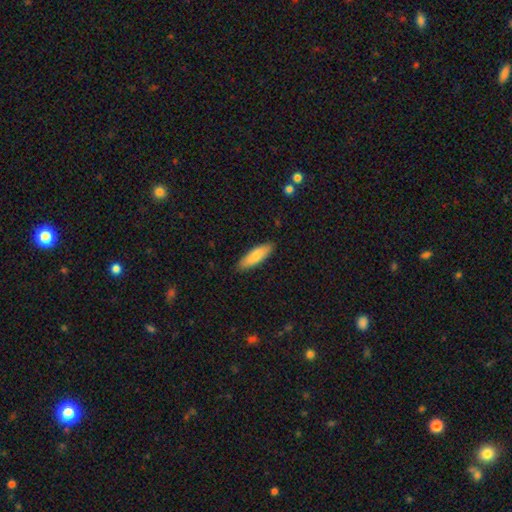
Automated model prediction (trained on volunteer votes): Overall: smooth (80%). How rounded: in between (50%; cigar-shaped 48%). Merging: none (87%).